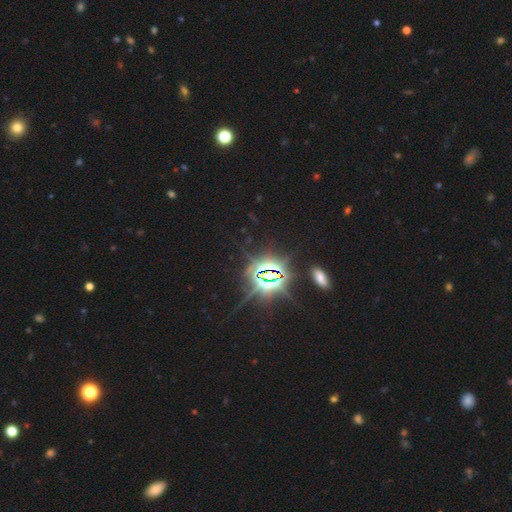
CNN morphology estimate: This is clearly a star or artifact rather than a galaxy (85%).